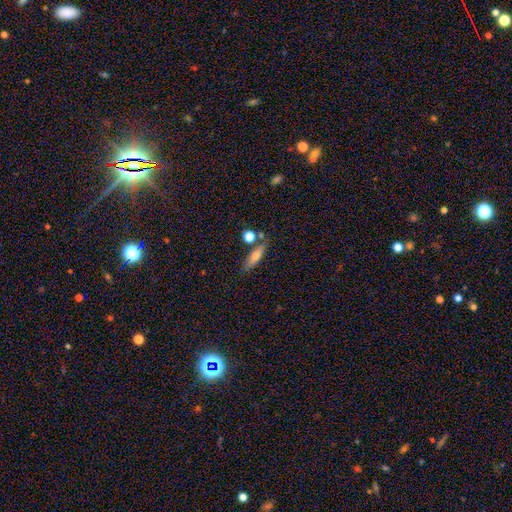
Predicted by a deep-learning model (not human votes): Smooth or featured? Predicted: smooth (p=0.64). How rounded? Predicted: cigar-shaped (p=0.70). Merging? Predicted: none (p=0.73).